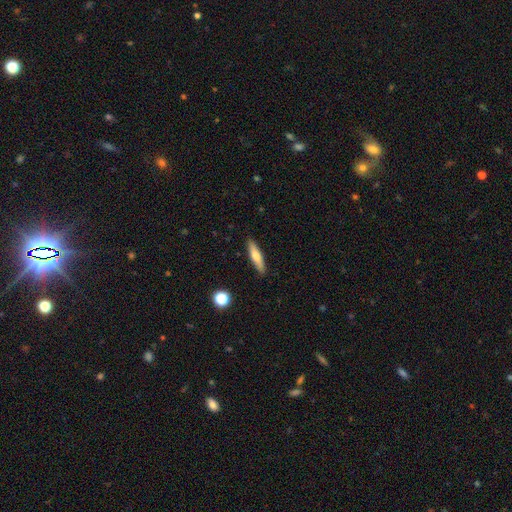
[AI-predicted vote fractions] Smooth or featured? Predicted: smooth (p=0.60). How rounded? Predicted: cigar-shaped (p=0.78). Merging? Predicted: none (p=0.89).